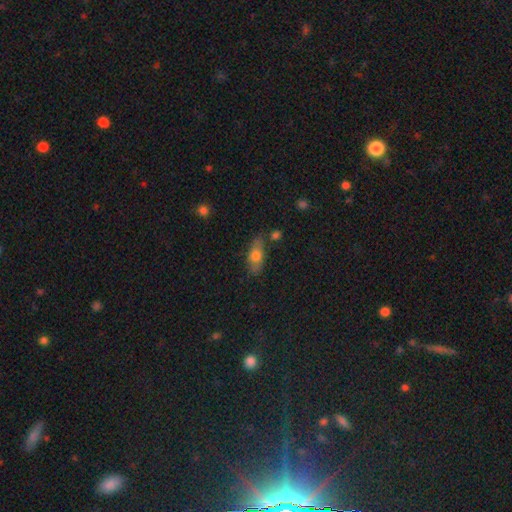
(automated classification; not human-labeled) smooth-or-featured: smooth: 68% | featured or disk: 24% | star or artifact: 8%
  how-rounded: in between: 82% | cigar-shaped: 12% | round: 6%
  merging: none: 68% | minor disturbance: 20% | merger: 7% | major disturbance: 5%